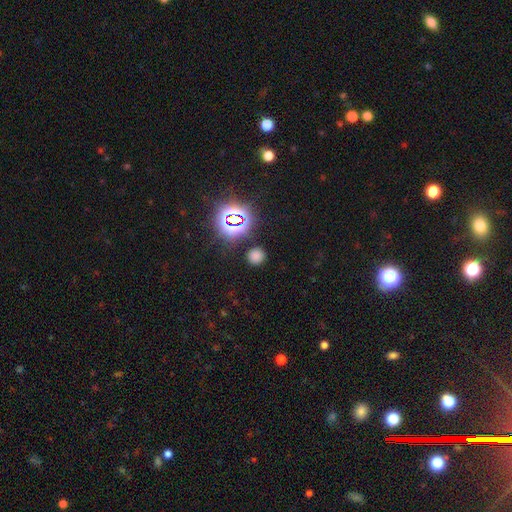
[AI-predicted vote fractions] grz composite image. It shows a smooth galaxy with no disk features (67%) that is round (89%). Merging: none (87%).